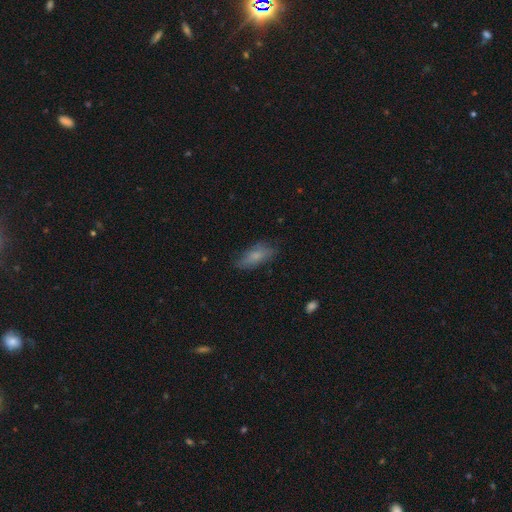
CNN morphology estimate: type=smooth (71%); roundness=in between (72%); merging=none (67%).